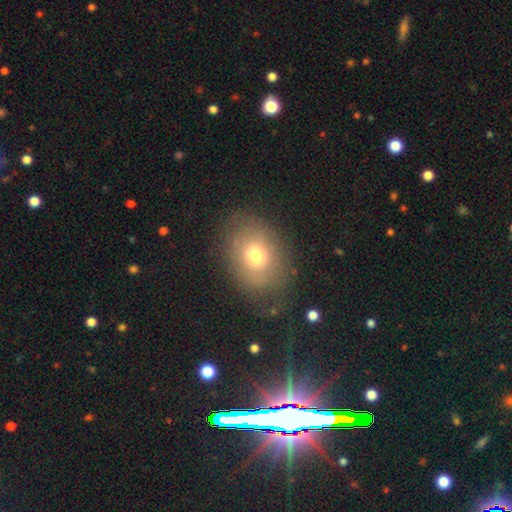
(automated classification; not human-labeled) This is likely a smooth galaxy (69%). How rounded: likely in between (61%). Merging: likely none (67%).